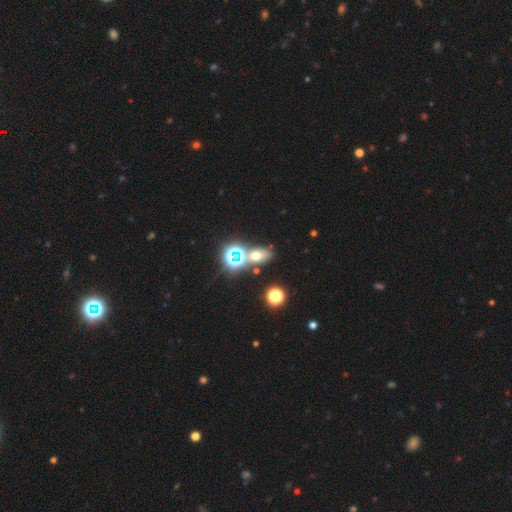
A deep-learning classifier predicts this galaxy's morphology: smooth-or-featured: smooth: 50% | star or artifact: 37% | featured or disk: 13%
  merging: none: 66% | merger: 18% | minor disturbance: 11% | major disturbance: 5%